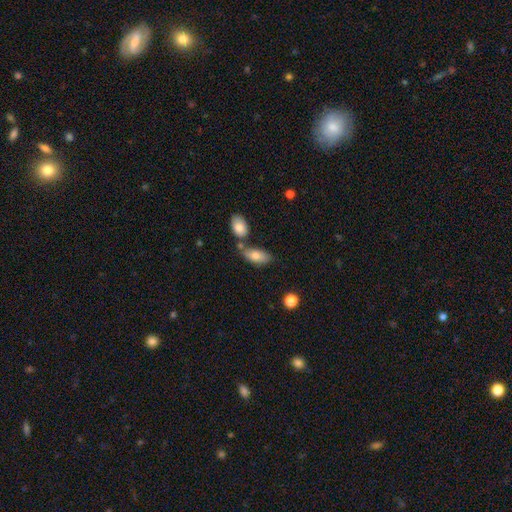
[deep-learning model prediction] This appears to be a smooth galaxy with no disk features (79%) that is in between round and cigar-shaped (87%). Merging: none (53%).